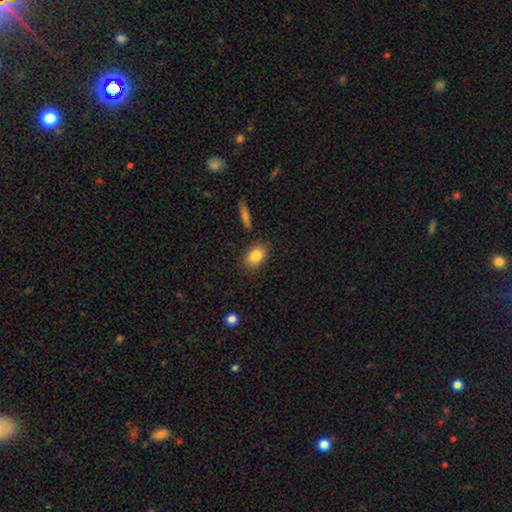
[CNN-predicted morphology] smooth 84%, featured or disk 8%, star or artifact 8%. Down the decision tree: how rounded — in between (78%); merging — none (82%).